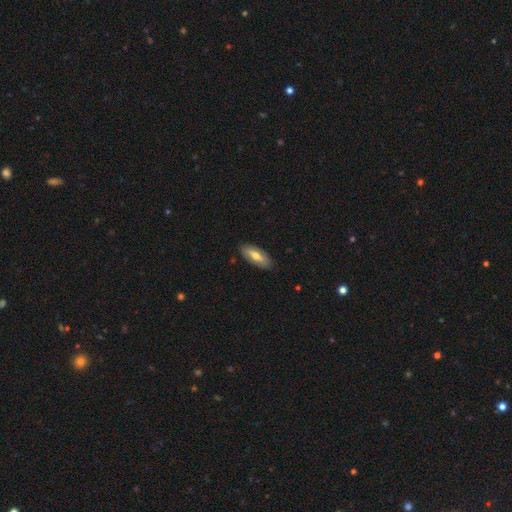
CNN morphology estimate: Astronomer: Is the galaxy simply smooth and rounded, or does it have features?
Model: smooth — 61%.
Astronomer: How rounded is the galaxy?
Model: in between — 77%.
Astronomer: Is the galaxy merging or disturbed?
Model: none — 86%.